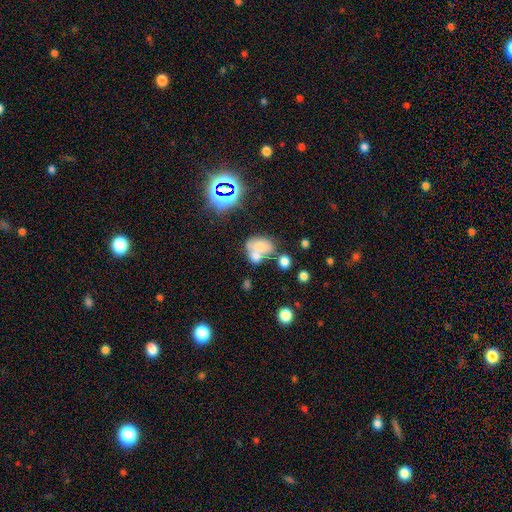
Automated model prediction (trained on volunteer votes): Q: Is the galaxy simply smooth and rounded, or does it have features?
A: smooth — 61%.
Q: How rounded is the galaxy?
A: in between — 64%.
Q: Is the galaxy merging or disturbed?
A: merger — 59%.